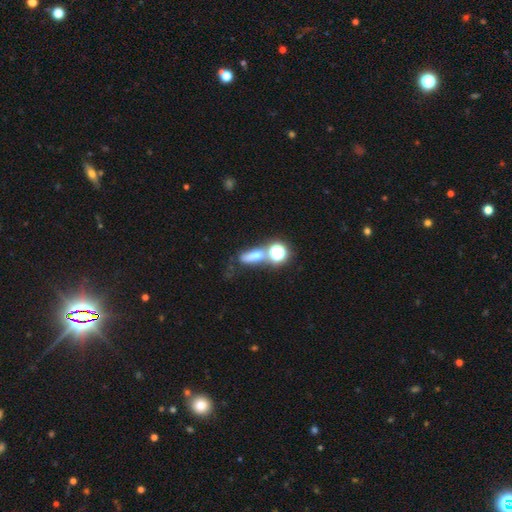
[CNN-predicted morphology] smooth-or-featured: smooth: 54% | star or artifact: 25% | featured or disk: 20%
  how-rounded: in between: 43% | cigar-shaped: 31% | round: 26%
  merging: none: 48% | merger: 26% | minor disturbance: 15% | major disturbance: 11%